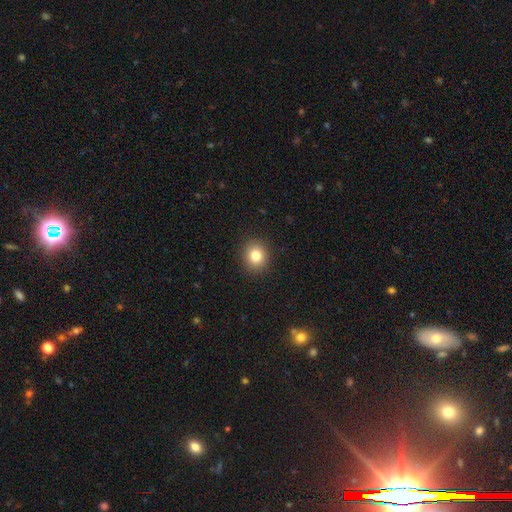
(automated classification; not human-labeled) smooth_or_featured: smooth (p=0.81) [alt: star or artifact p=0.11]
how_rounded: round (p=0.81) [alt: in between p=0.18]
merging: none (p=0.91) [alt: minor disturbance p=0.06]